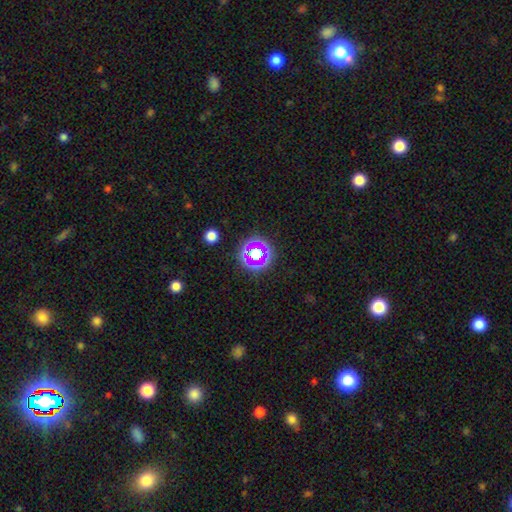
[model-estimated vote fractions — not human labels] Smooth or featured? Predicted: star or artifact (p=0.51).